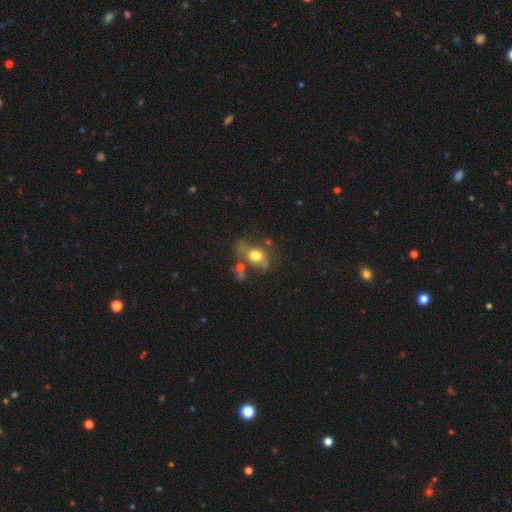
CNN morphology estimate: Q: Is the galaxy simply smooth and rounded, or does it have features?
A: smooth — 54%.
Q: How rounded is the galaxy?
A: in between — 56%.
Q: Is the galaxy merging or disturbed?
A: none — 35%.